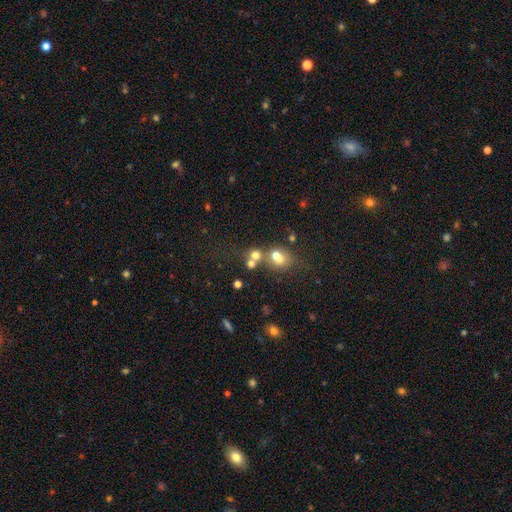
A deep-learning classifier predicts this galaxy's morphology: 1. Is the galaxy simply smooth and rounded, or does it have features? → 63% smooth, 20% star or artifact, 17% featured or disk.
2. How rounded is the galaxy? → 72% round, 26% in between, 2% cigar-shaped.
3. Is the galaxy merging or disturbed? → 46% merger, 40% none, 8% minor disturbance, 6% major disturbance.